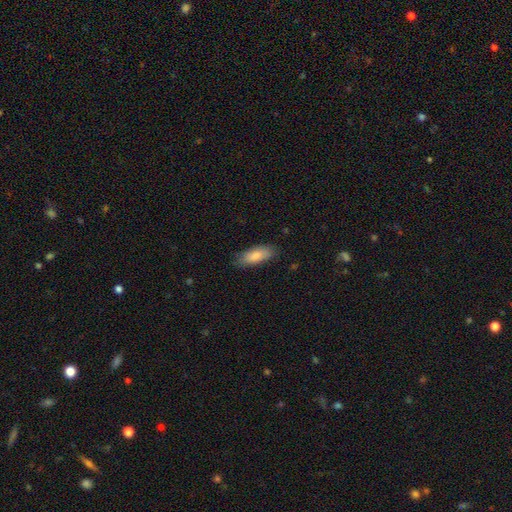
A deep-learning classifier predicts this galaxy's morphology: smooth 84%, featured or disk 10%, star or artifact 6%. Down the decision tree: how rounded — in between (74%); merging — none (81%).